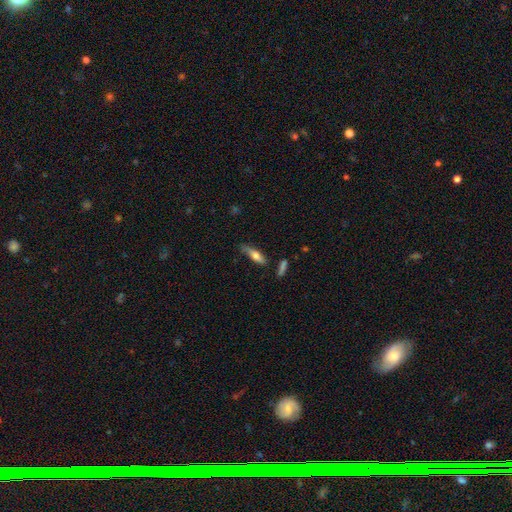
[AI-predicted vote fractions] Q: Smooth or featured?
A: smooth (61%); runner-up: featured or disk (32%)
Q: How rounded?
A: cigar-shaped (63%); runner-up: in between (35%)
Q: Merging?
A: none (65%); runner-up: minor disturbance (25%)